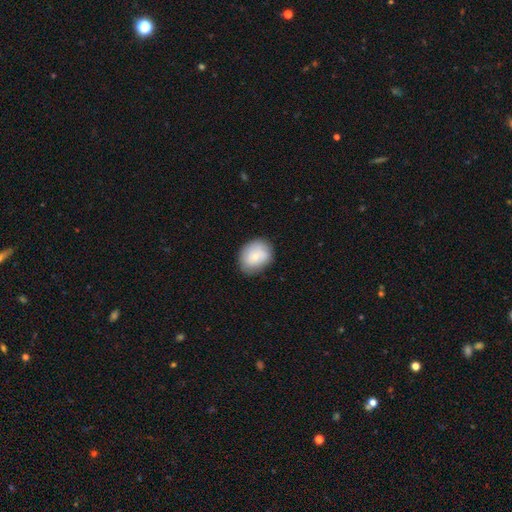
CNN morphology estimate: smooth 77%, featured or disk 15%, star or artifact 7%. Down the decision tree: how rounded — in between (53%); merging — none (77%).